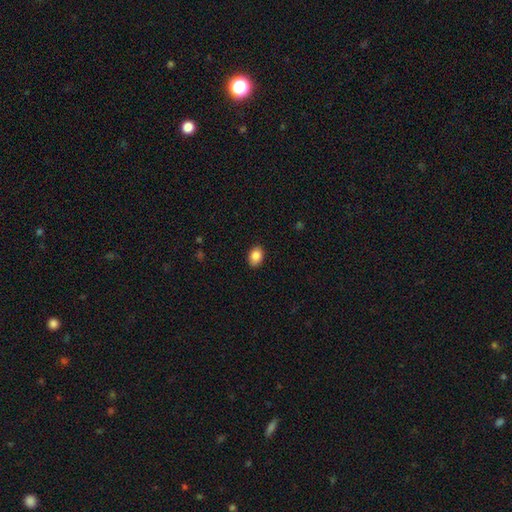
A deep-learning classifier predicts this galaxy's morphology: smooth-or-featured: smooth: 87% | star or artifact: 8% | featured or disk: 5%
  how-rounded: in between: 79% | round: 20% | cigar-shaped: 1%
  merging: none: 88% | minor disturbance: 9% | major disturbance: 2% | merger: 1%